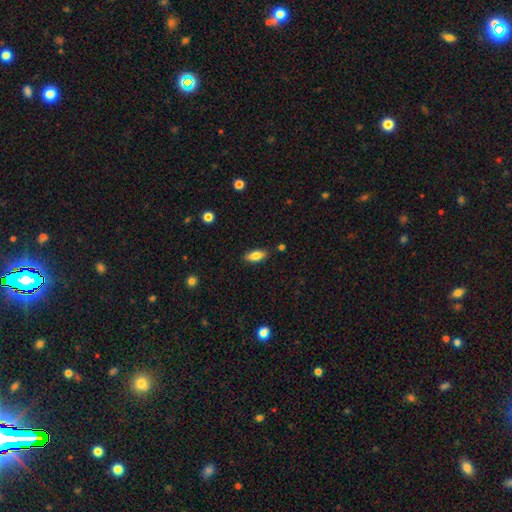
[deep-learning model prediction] A smooth galaxy with no disk features (80%) that is in between round and cigar-shaped (80%).

Vote fractions:
- Smooth or featured? smooth: 80% / featured or disk: 13% / star or artifact: 7%
- How rounded? in between: 80% / cigar-shaped: 18% / round: 3%
- Merging? none: 85% / minor disturbance: 11% / major disturbance: 2% / merger: 2%